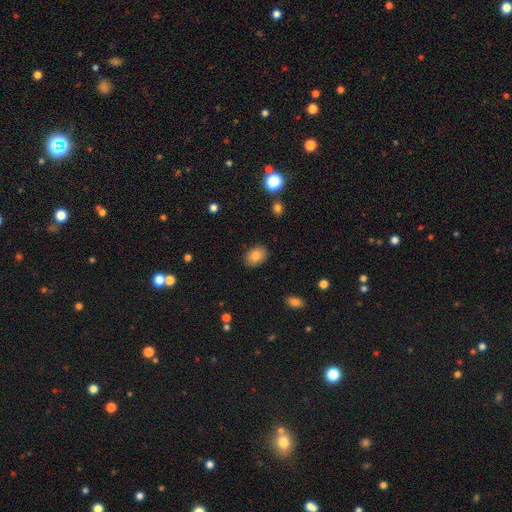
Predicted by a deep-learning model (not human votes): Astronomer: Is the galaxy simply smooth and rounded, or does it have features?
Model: smooth — 84%.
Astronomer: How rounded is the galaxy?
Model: in between — 69%.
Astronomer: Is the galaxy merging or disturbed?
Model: none — 87%.